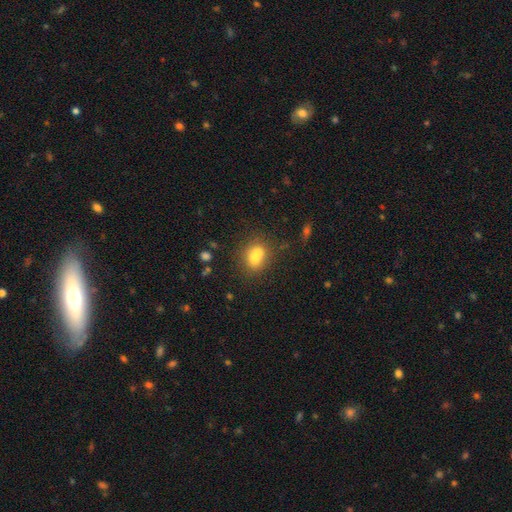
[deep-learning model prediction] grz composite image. It shows a smooth galaxy with no disk features (66%) that is round (61%). Merging: merger (57%).